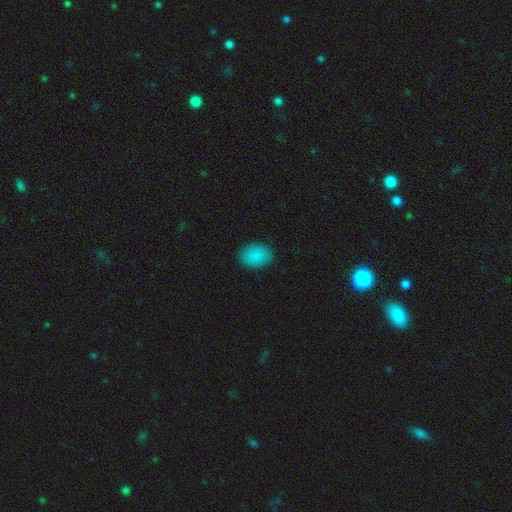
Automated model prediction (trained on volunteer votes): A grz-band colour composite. It shows a smooth galaxy with no disk features (87%) that is in between round and cigar-shaped (76%). Merging: none (86%).